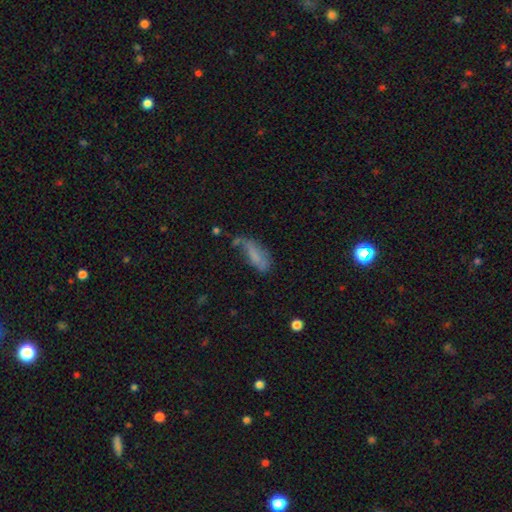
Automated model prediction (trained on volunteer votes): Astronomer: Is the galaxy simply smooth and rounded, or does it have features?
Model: smooth — 66%.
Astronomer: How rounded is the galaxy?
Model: in between — 70%.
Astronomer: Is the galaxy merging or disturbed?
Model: none — 33%, tied with minor disturbance at 33%.